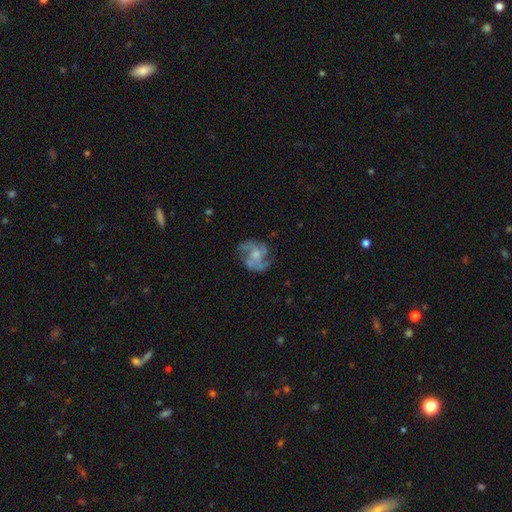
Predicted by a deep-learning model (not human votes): This is likely a featured or disk galaxy (79%). It is clearly not viewed edge-on (98%). Bar: likely no (68%). Spiral arm pattern: clearly yes (91%). Spiral arm count: marginally 3 (43%). Spiral winding: possibly medium (52%). Central bulge: possibly small (45%). Merging: likely none (66%).